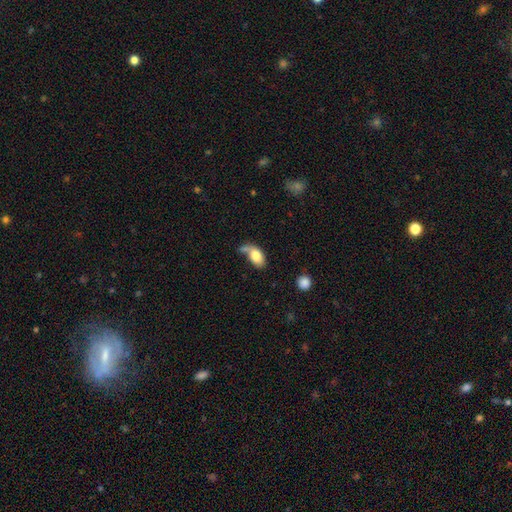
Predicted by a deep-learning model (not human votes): Smooth or featured? Predicted: smooth (p=0.77). How rounded? Predicted: in between (p=0.89). Merging? Predicted: none (p=0.36).